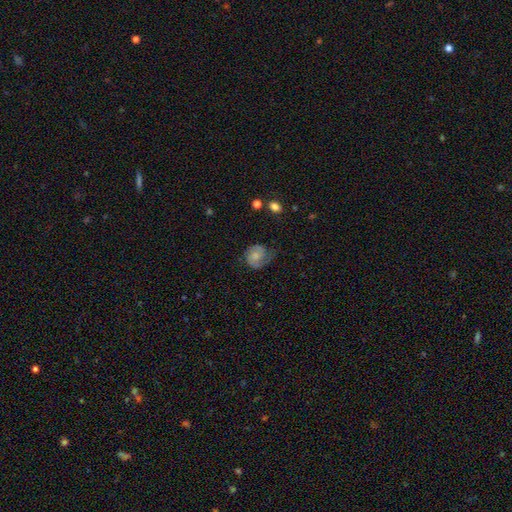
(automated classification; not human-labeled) This appears to be a featured or disk galaxy (76%) with no bar (68%), 2 (71%) tight (45%) spiral arms (95%) and a moderate central bulge (42%). Merging: none (62%).